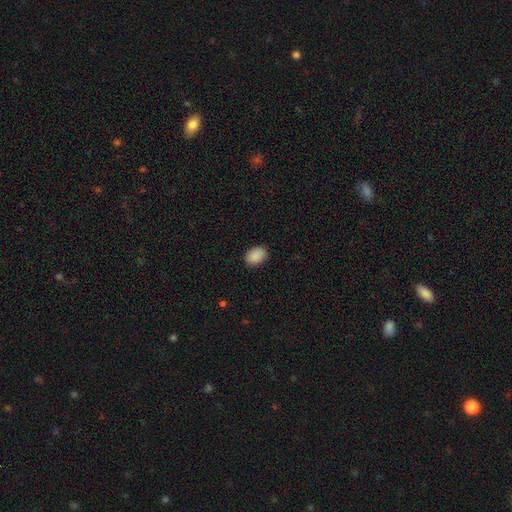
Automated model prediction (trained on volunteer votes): Smooth or featured? Predicted: smooth (p=0.89). How rounded? Predicted: in between (p=0.75). Merging? Predicted: none (p=0.87).